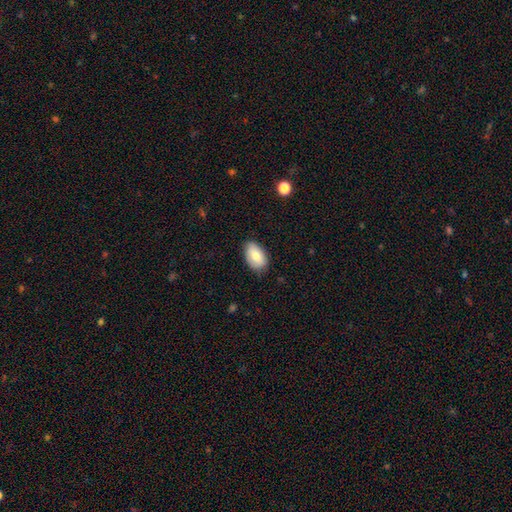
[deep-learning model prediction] A smooth galaxy with no disk features (78%) that is in between round and cigar-shaped (93%). Merging: none (80%).